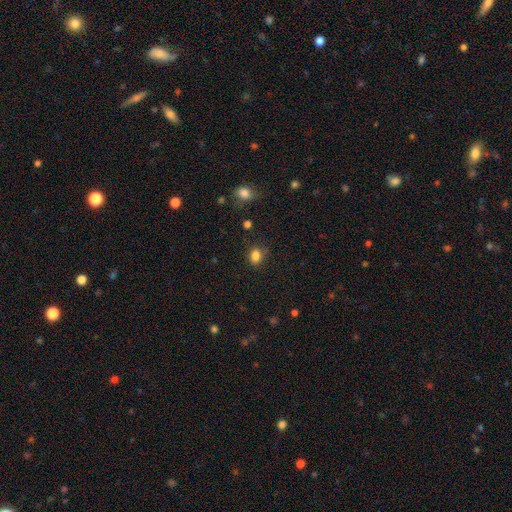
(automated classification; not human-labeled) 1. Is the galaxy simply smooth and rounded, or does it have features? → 84% smooth, 11% star or artifact, 5% featured or disk.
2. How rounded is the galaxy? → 56% in between, 43% round, 1% cigar-shaped.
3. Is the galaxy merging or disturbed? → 79% none, 15% minor disturbance, 4% major disturbance, 2% merger.